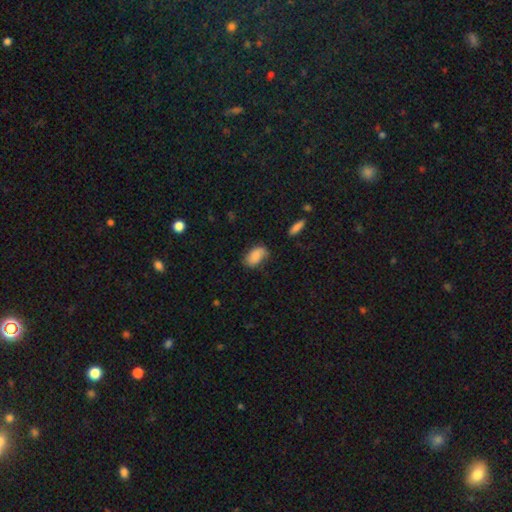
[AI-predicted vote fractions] Smooth or featured: smooth — 79% (featured or disk — 14%)
How rounded: in between — 92% (round — 6%)
Merging: none — 63% (minor disturbance — 28%)